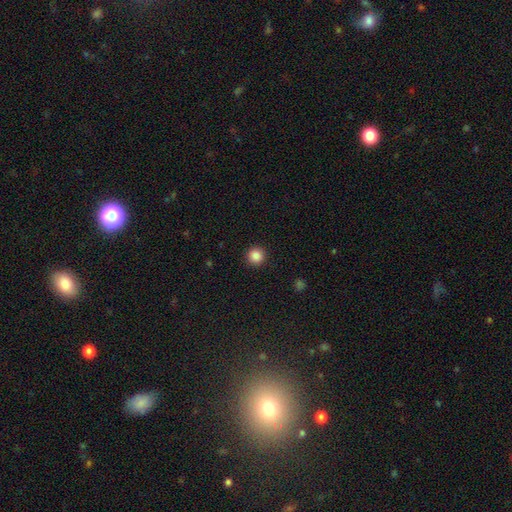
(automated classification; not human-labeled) A smooth galaxy with no disk features (86%) that is round (95%). Merging: none (92%).